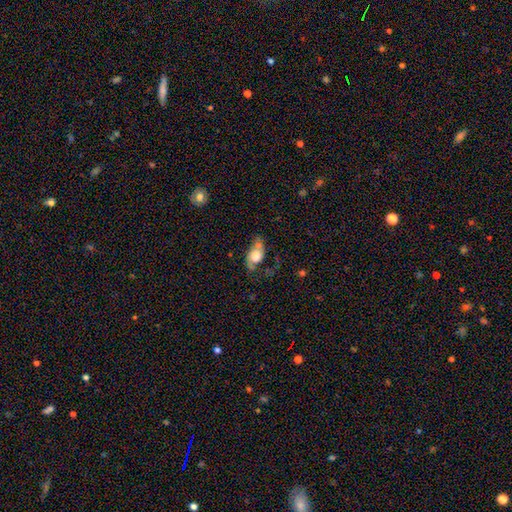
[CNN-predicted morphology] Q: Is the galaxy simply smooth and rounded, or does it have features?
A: smooth — 54%.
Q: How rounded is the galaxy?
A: in between — 72%.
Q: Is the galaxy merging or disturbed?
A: none — 36%.